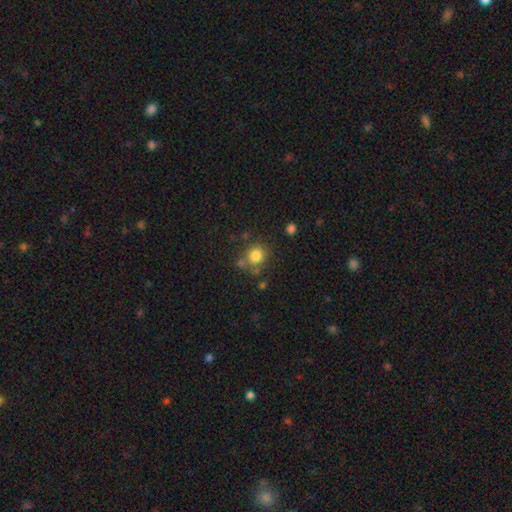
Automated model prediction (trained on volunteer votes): smooth-or-featured: smooth: 81% | star or artifact: 12% | featured or disk: 7%
  how-rounded: round: 83% | in between: 16% | cigar-shaped: 1%
  merging: none: 72% | minor disturbance: 13% | merger: 11% | major disturbance: 4%